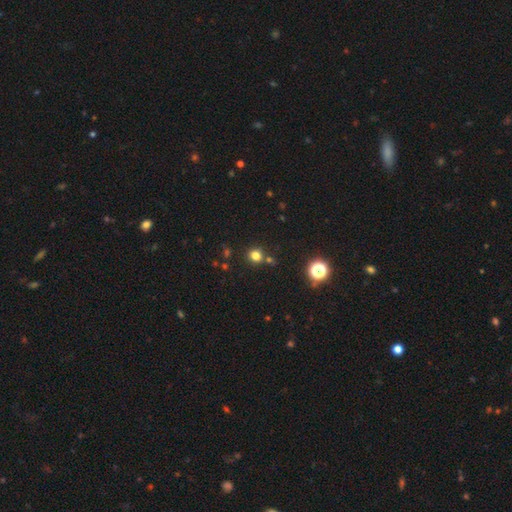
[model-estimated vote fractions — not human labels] Smooth or featured? Predicted: smooth (p=0.76). How rounded? Predicted: round (p=0.90). Merging? Predicted: none (p=0.79).